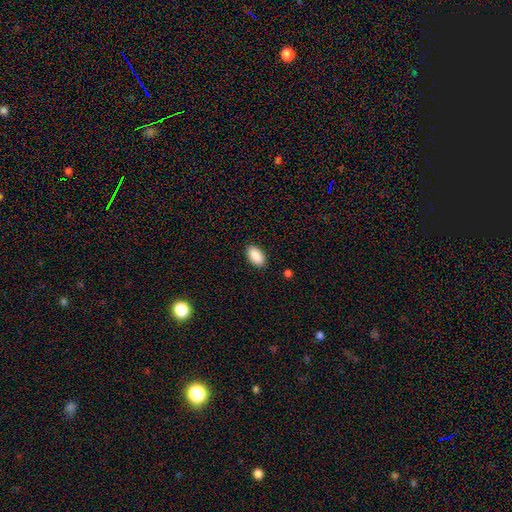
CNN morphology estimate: type=smooth (90%); roundness=in between (95%); merging=none (89%).